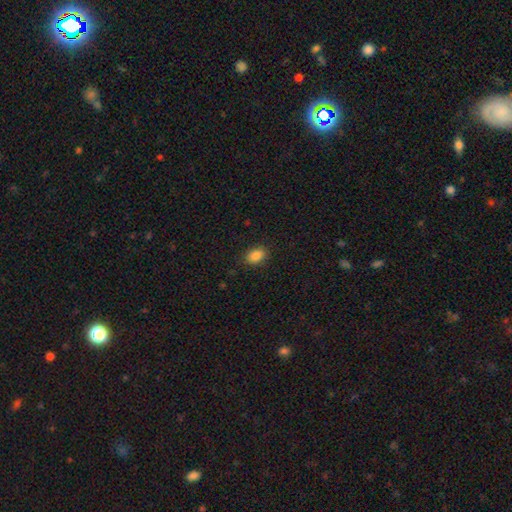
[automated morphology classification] A smooth galaxy with no disk features (87%) that is in between round and cigar-shaped (77%).

Vote fractions:
- Smooth or featured? smooth: 87% / star or artifact: 9% / featured or disk: 4%
- How rounded? in between: 77% / round: 22% / cigar-shaped: 1%
- Merging? none: 87% / minor disturbance: 10% / major disturbance: 3% / merger: 1%